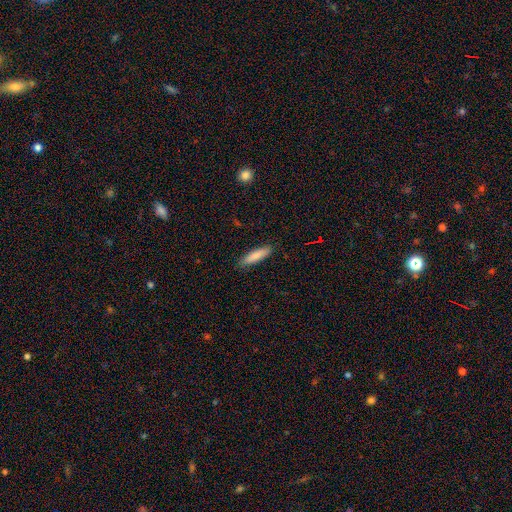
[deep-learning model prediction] Overall: smooth (85%). How rounded: cigar-shaped (70%). Merging: none (88%).